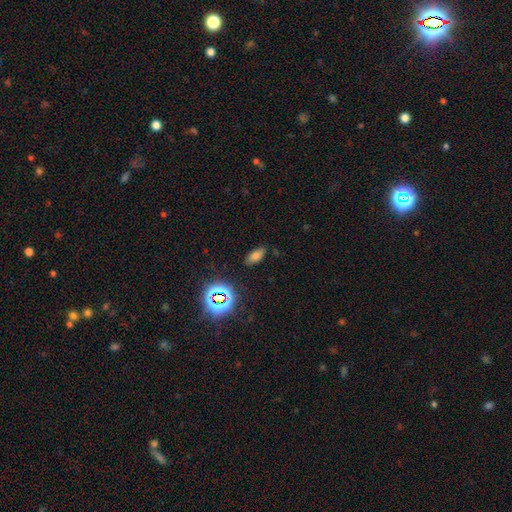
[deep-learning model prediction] smooth_or_featured: smooth (p=0.65) [alt: star or artifact p=0.24]
how_rounded: in between (p=0.83) [alt: cigar-shaped p=0.11]
merging: none (p=0.84) [alt: minor disturbance p=0.11]